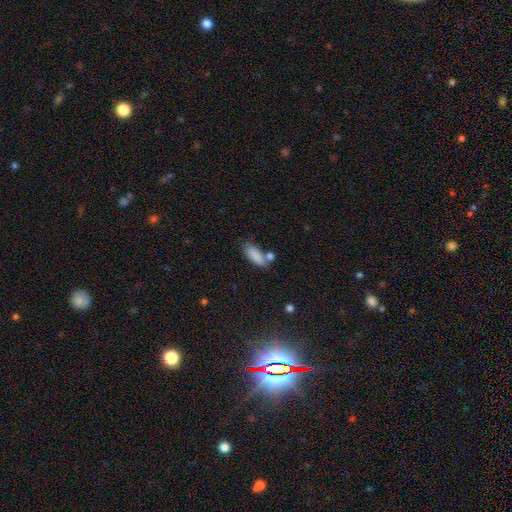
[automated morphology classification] type=smooth (86%); roundness=in between (70%); merging=none (59%).